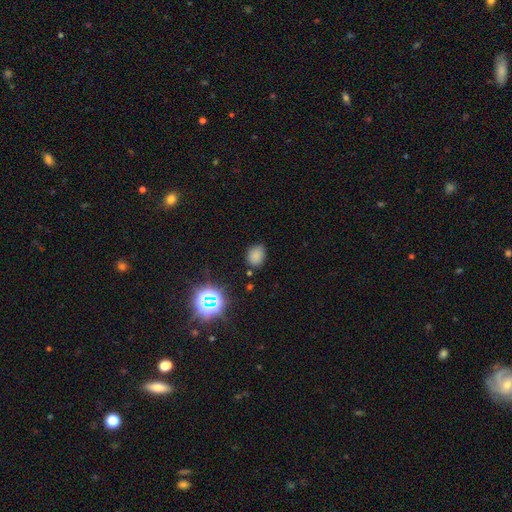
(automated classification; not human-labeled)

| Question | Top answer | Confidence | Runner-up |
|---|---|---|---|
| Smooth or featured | smooth | 76% | star or artifact (19%) |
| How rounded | in between | 51% | round (48%) |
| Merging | none | 79% | minor disturbance (15%) |